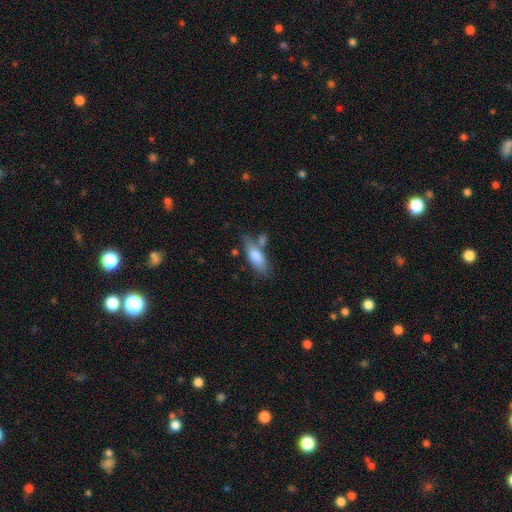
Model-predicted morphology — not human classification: smooth 73%, featured or disk 20%, star or artifact 6%. Down the decision tree: how rounded — in between (63%); merging — none (54%).